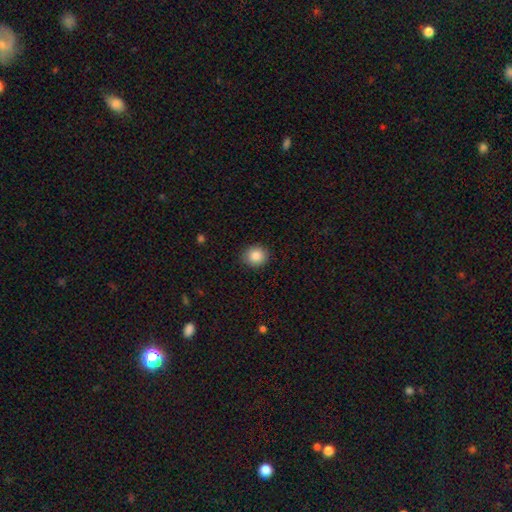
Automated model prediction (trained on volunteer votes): Morphology: type=smooth (86%); roundness=round (76%); merging=none (89%).